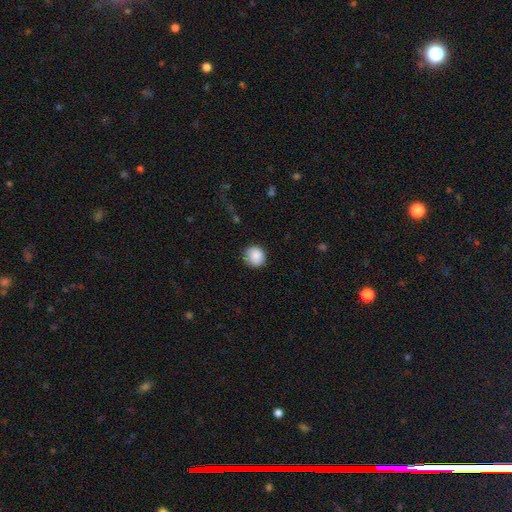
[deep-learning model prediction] Smooth or featured? Predicted: smooth (p=0.89). How rounded? Predicted: round (p=0.88). Merging? Predicted: none (p=0.84).